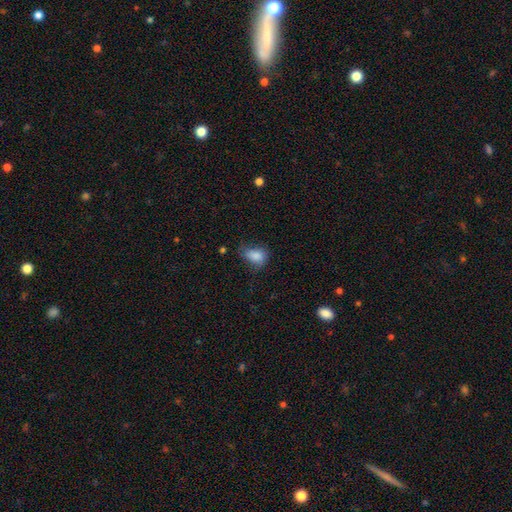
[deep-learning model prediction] Smooth or featured?
  - smooth: 83% *
  - star or artifact: 9%
  - featured or disk: 8%
How rounded?
  - in between: 80% *
  - round: 18%
  - cigar-shaped: 2%
Merging?
  - none: 47% *
  - minor disturbance: 35%
  - major disturbance: 16%
  - merger: 2%